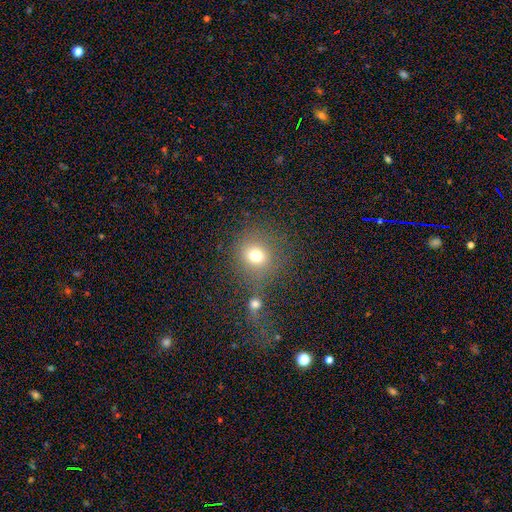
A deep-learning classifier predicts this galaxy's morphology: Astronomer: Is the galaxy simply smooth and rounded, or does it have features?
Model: smooth — 74%.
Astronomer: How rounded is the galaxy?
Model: round — 85%.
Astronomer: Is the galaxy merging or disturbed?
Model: none — 65%.